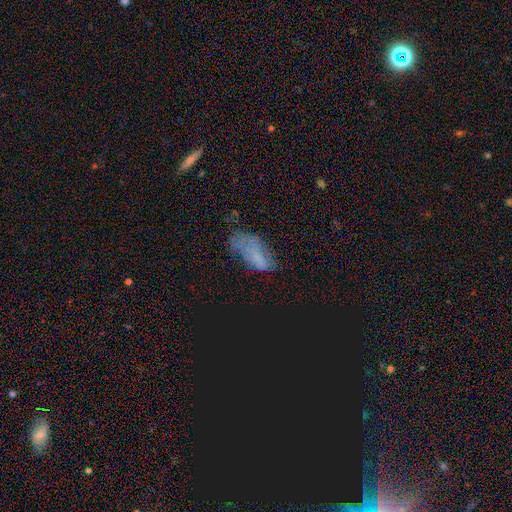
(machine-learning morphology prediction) smooth 46%, featured or disk 27%, star or artifact 27%. Down the decision tree: merging — none (38%).